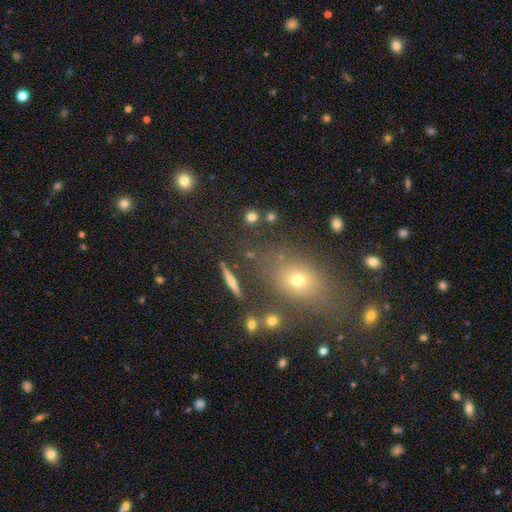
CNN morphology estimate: type=smooth (55%); roundness=in between (58%); merging=none (77%).